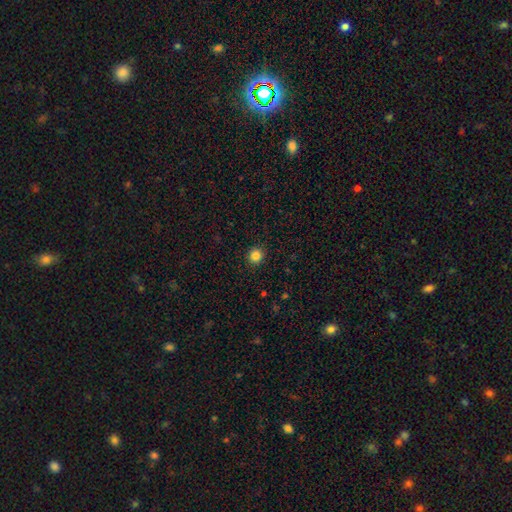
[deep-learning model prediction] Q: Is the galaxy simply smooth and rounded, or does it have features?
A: smooth — 84%.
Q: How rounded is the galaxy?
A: round — 91%.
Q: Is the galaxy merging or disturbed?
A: none — 92%.